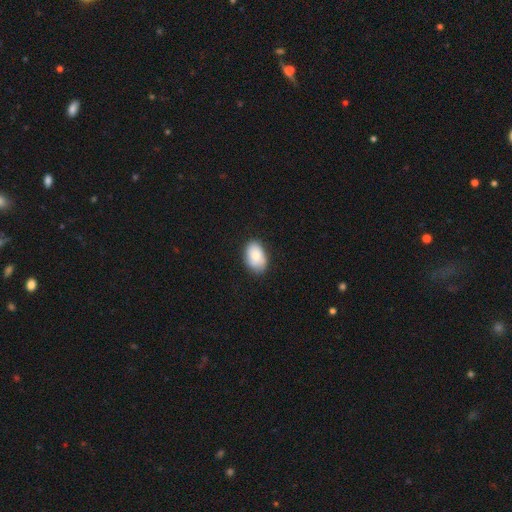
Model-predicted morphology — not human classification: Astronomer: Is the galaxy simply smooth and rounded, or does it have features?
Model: smooth — 79%.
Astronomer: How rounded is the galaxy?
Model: in between — 87%.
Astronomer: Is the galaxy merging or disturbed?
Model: none — 80%.